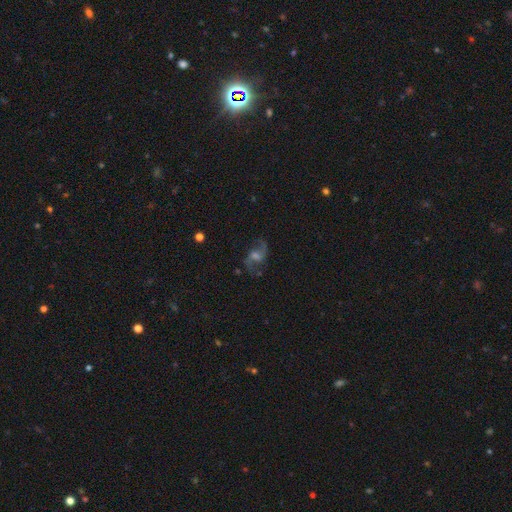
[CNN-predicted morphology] A featured or disk galaxy (81%) with a weak bar (48%), 2 (92%) loose (56%) spiral arms (95%) and a moderate central bulge (45%). Merging: none (77%).